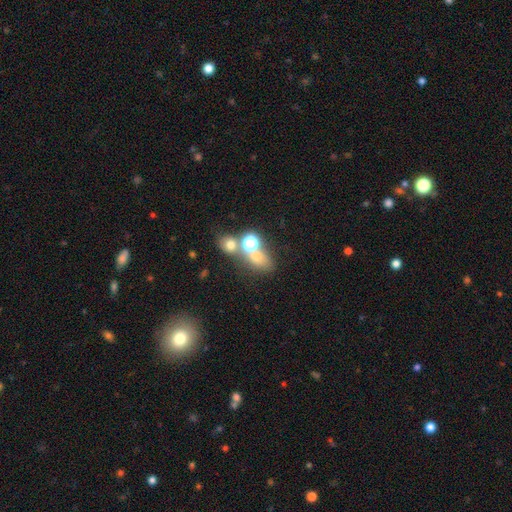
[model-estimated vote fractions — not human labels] Q: Smooth or featured?
A: smooth (54%); runner-up: star or artifact (30%)
Q: How rounded?
A: round (54%); runner-up: in between (43%)
Q: Merging?
A: merger (43%); runner-up: none (41%)